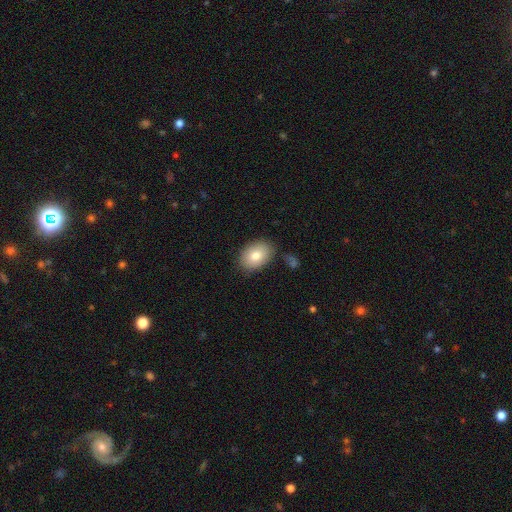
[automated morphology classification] Smooth or featured? Predicted: smooth (p=0.80). How rounded? Predicted: in between (p=0.82). Merging? Predicted: none (p=0.81).